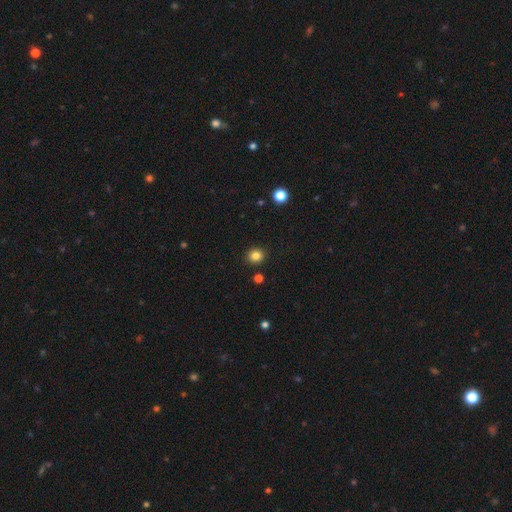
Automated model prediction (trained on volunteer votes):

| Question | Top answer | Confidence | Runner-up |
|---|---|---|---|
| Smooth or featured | smooth | 84% | star or artifact (12%) |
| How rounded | round | 82% | in between (17%) |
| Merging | none | 90% | minor disturbance (6%) |